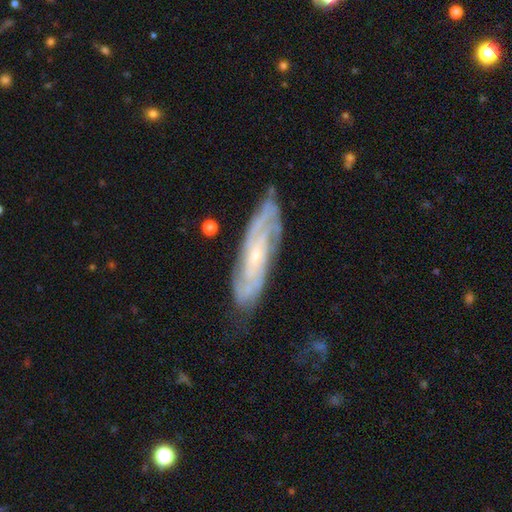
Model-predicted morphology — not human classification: Q: Smooth or featured?
A: featured or disk (84%); runner-up: smooth (10%)
Q: Edge-on disk?
A: no (82%); runner-up: yes (18%)
Q: Bar?
A: no (61%); runner-up: weak (29%)
Q: Spiral arms?
A: yes (95%); runner-up: no (5%)
Q: Spiral winding?
A: tight (63%); runner-up: medium (31%)
Q: Spiral arm count?
A: 2 (32%); tied with: can't tell (32%)
Q: Bulge size?
A: small (76%); runner-up: moderate (20%)
Q: Merging?
A: none (74%); runner-up: minor disturbance (19%)